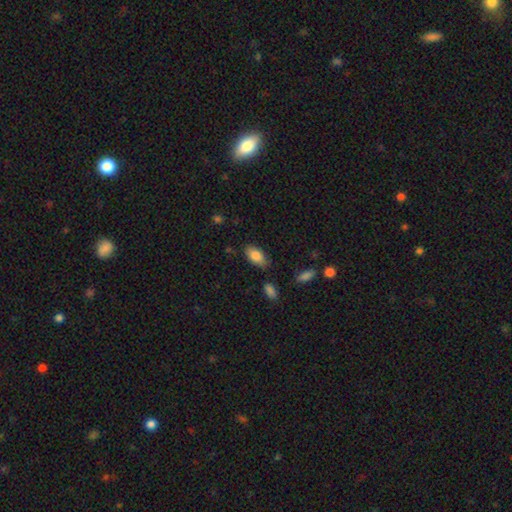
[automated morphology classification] A smooth galaxy with no disk features (84%) that is in between round and cigar-shaped (92%).

Vote fractions:
- Smooth or featured? smooth: 84% / featured or disk: 9% / star or artifact: 7%
- How rounded? in between: 92% / cigar-shaped: 4% / round: 3%
- Merging? none: 79% / minor disturbance: 16% / major disturbance: 3% / merger: 3%